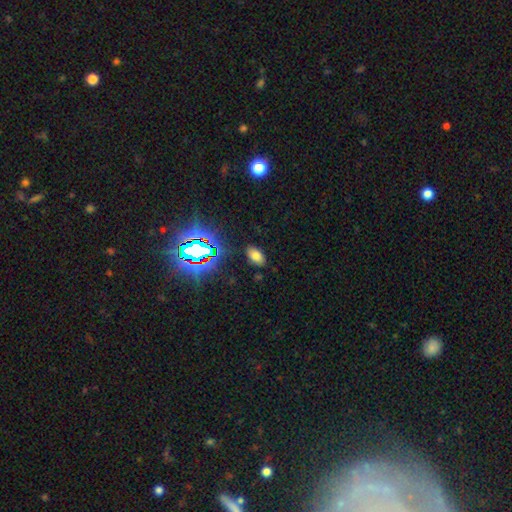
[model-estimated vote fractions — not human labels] The model was most divided on "smooth or featured": smooth: 66%, star or artifact: 25%, featured or disk: 9%. More confident: how rounded — in between (92%); merging — none (86%).